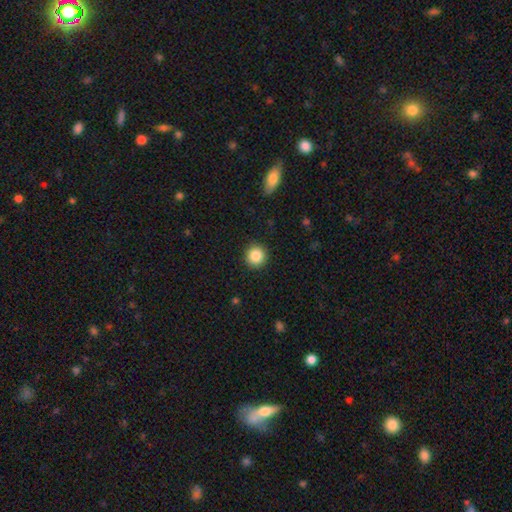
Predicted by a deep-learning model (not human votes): A smooth galaxy with no disk features (86%) that is round (94%).

Vote fractions:
- Smooth or featured? smooth: 86% / star or artifact: 10% / featured or disk: 5%
- How rounded? round: 94% / in between: 5% / cigar-shaped: 1%
- Merging? none: 91% / minor disturbance: 6% / major disturbance: 2% / merger: 1%